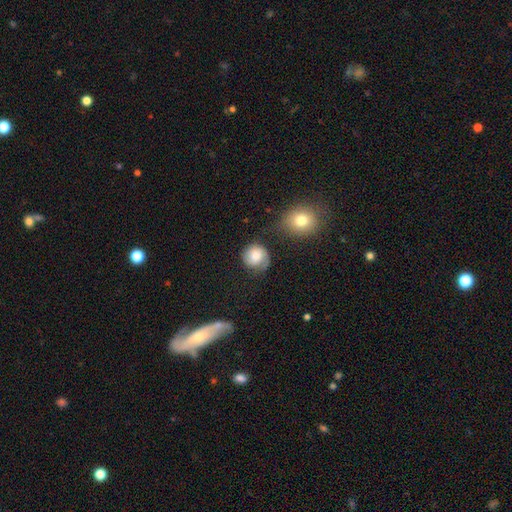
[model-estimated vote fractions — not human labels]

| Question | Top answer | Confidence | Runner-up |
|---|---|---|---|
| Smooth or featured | smooth | 61% | featured or disk (31%) |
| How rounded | round | 85% | in between (14%) |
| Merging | none | 59% | minor disturbance (23%) |